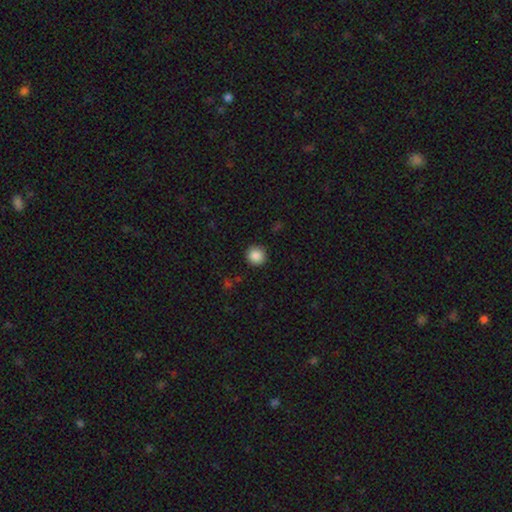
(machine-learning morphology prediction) Smooth or featured? smooth (88%)
How rounded? round (94%)
Merging? none (91%)